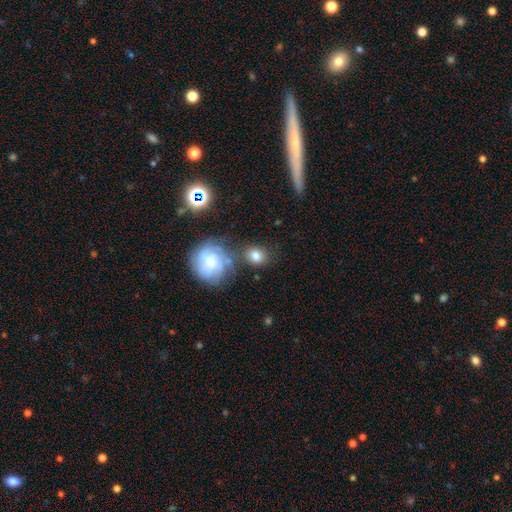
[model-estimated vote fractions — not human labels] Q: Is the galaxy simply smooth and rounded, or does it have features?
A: smooth — 75%.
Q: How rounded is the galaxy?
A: round — 70%.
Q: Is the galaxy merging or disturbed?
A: none — 70%.